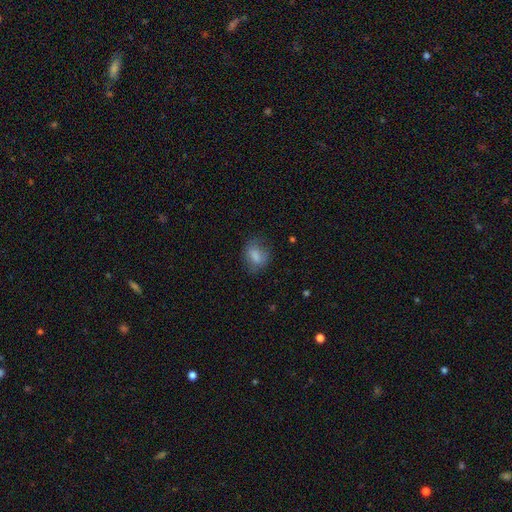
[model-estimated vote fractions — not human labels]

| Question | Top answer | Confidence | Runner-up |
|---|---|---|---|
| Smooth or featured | smooth | 76% | featured or disk (15%) |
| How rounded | in between | 63% | round (35%) |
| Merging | none | 61% | minor disturbance (25%) |